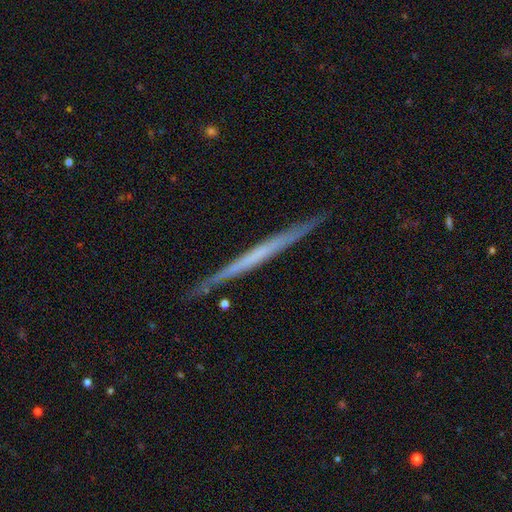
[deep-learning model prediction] A featured or disk galaxy (62%) viewed edge-on (97%) with no central bulge (90%).

Vote fractions:
- Smooth or featured? featured or disk: 62% / smooth: 32% / star or artifact: 6%
- Edge-on disk? yes: 97% / no: 3%
- Edge-on bulge? none: 90% / rounded: 6% / boxy: 4%
- Merging? none: 90% / minor disturbance: 7% / major disturbance: 1% / merger: 1%